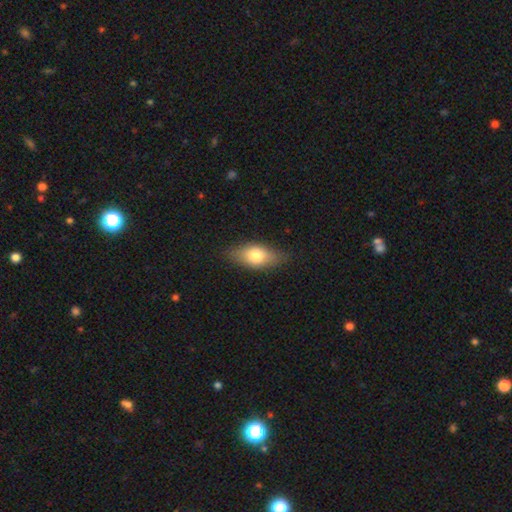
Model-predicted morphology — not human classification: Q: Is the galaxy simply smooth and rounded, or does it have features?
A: smooth — 72%.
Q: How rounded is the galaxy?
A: in between — 83%.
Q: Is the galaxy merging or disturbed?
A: none — 81%.